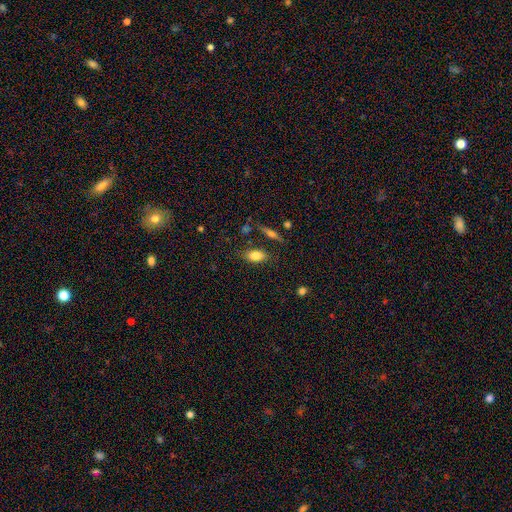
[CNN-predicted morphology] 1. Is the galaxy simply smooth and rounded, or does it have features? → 81% smooth, 11% featured or disk, 8% star or artifact.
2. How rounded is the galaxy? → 86% in between, 7% round, 7% cigar-shaped.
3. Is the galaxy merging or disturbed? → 79% none, 13% minor disturbance, 4% merger, 4% major disturbance.